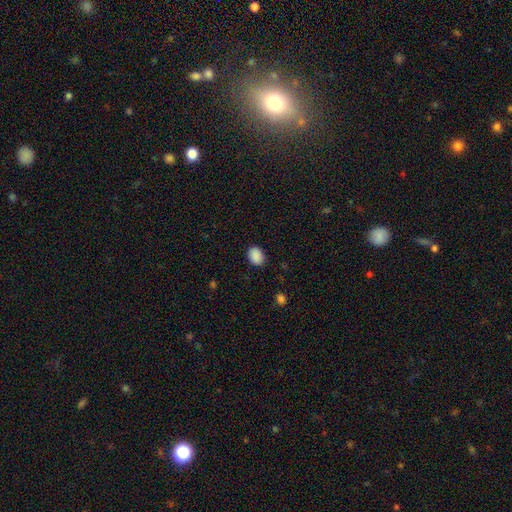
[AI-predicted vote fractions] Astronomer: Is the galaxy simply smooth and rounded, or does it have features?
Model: smooth — 89%.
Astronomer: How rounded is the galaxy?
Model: in between — 67%.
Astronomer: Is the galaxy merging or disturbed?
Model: none — 86%.